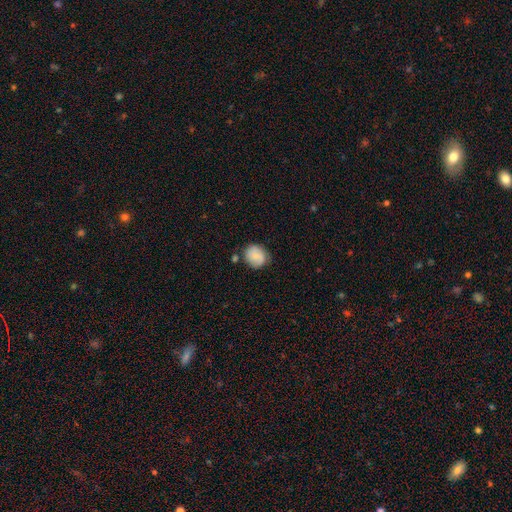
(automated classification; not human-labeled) The model was most divided on "merging": none: 68%, minor disturbance: 21%, merger: 5%, major disturbance: 5%. More confident: smooth or featured — smooth (76%); how rounded — round (75%).